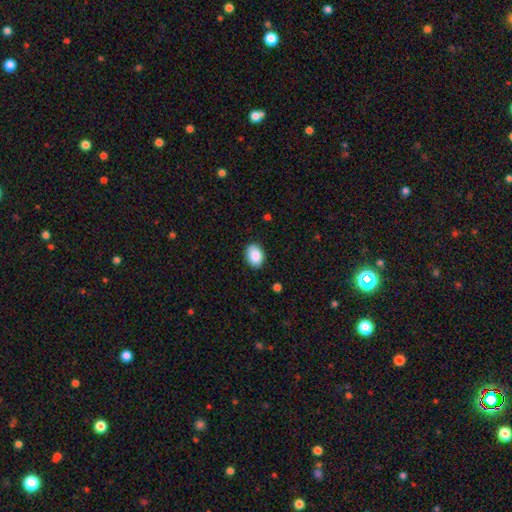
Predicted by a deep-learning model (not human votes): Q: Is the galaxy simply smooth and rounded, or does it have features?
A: smooth — 87%.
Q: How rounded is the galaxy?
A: in between — 79%.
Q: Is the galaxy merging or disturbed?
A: none — 87%.